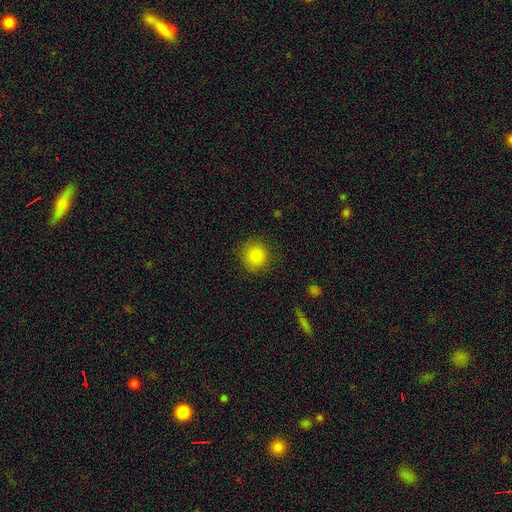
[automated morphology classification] smooth 86%, star or artifact 10%, featured or disk 4%. Down the decision tree: how rounded — round (91%); merging — none (87%).